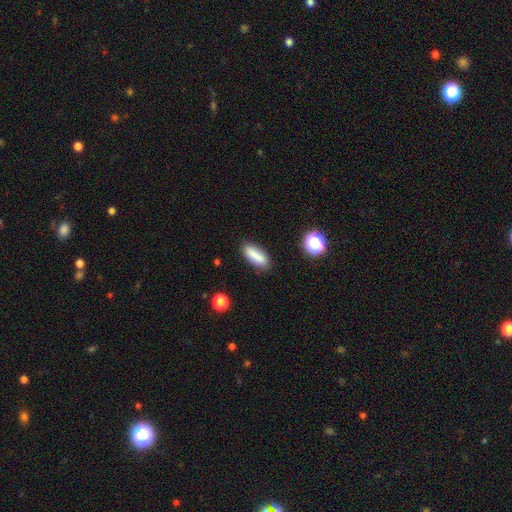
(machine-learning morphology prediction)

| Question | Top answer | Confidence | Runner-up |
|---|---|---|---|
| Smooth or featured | smooth | 82% | featured or disk (9%) |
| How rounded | in between | 59% | cigar-shaped (38%) |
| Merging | none | 83% | minor disturbance (11%) |